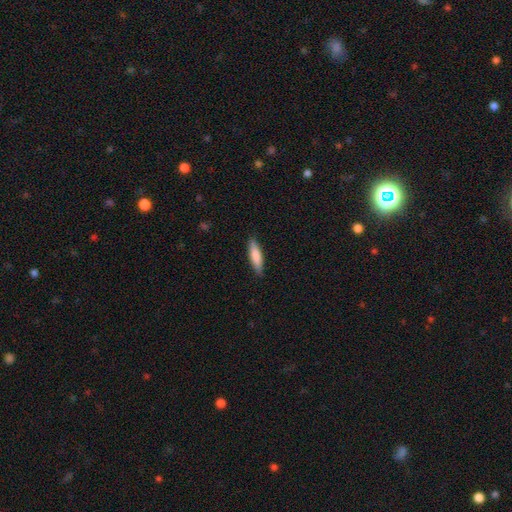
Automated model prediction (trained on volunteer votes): Smooth or featured? smooth (81%)
How rounded? cigar-shaped (73%)
Merging? none (88%)